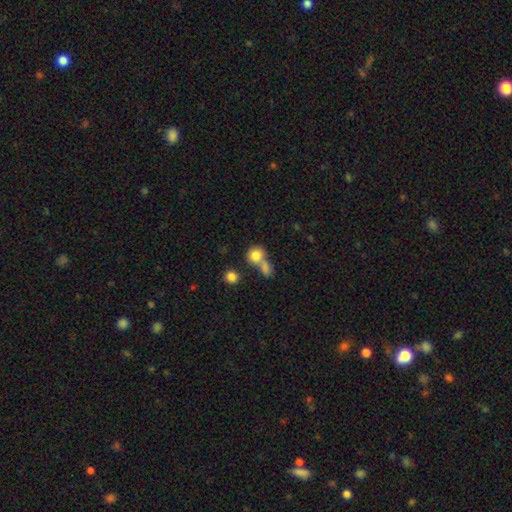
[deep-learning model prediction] This appears to be a smooth galaxy with no disk features (81%) that is round (79%). Merging: merger (45%).